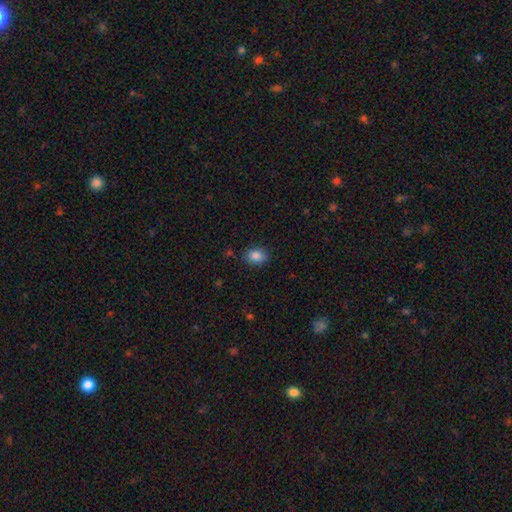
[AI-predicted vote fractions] The model was most divided on "how rounded": in between: 66%, round: 33%, cigar-shaped: 1%. More confident: smooth or featured — smooth (86%); merging — none (84%).